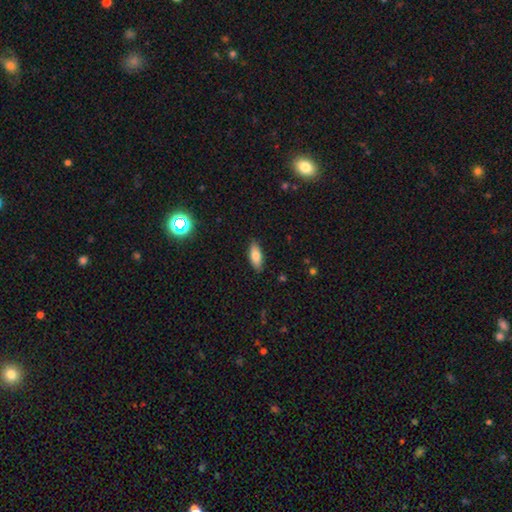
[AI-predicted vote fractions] Overall: smooth (76%). How rounded: in between (77%). Merging: none (87%).